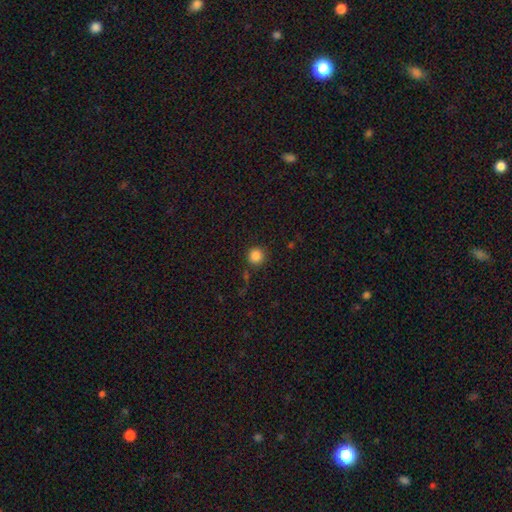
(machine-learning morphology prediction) Smooth or featured? Predicted: smooth (p=0.86). How rounded? Predicted: round (p=0.94). Merging? Predicted: none (p=0.86).